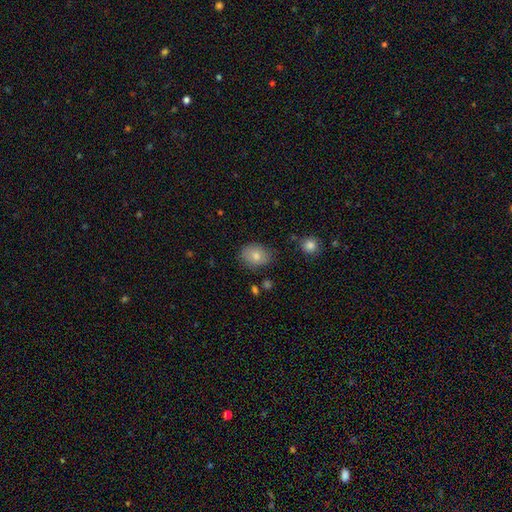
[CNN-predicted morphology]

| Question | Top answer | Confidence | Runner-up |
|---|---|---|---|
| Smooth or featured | smooth | 79% | featured or disk (12%) |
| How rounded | in between | 61% | round (38%) |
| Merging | none | 77% | minor disturbance (17%) |